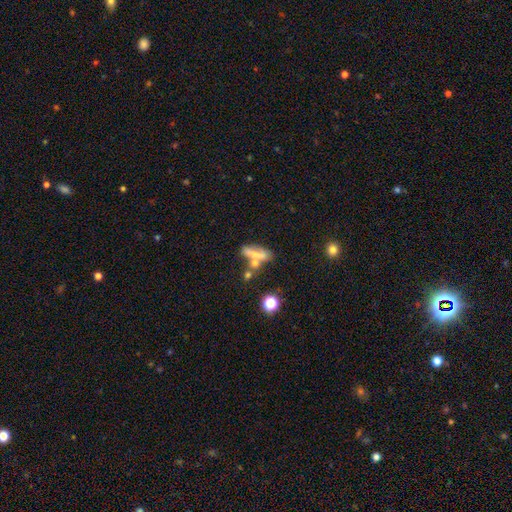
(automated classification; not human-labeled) A smooth galaxy with no disk features (57%) that is cigar-shaped (48%).

Vote fractions:
- Smooth or featured? smooth: 57% / featured or disk: 29% / star or artifact: 13%
- How rounded? cigar-shaped: 48% / in between: 44% / round: 8%
- Merging? merger: 36% / none: 35% / minor disturbance: 16% / major disturbance: 12%